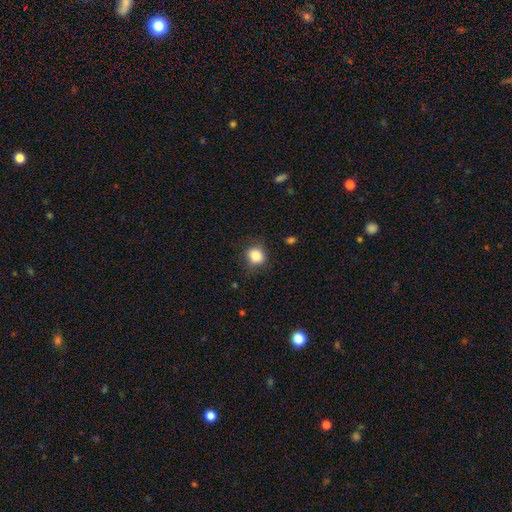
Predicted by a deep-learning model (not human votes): Overall: smooth (84%). How rounded: round (81%). Merging: none (80%).